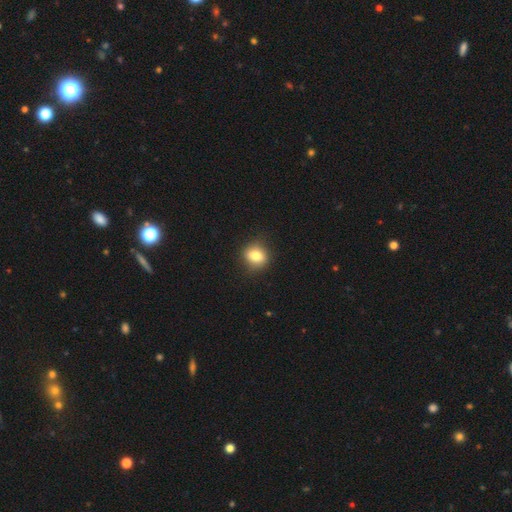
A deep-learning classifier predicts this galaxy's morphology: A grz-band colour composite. It shows a smooth galaxy with no disk features (79%) that is round (64%). Merging: none (86%).